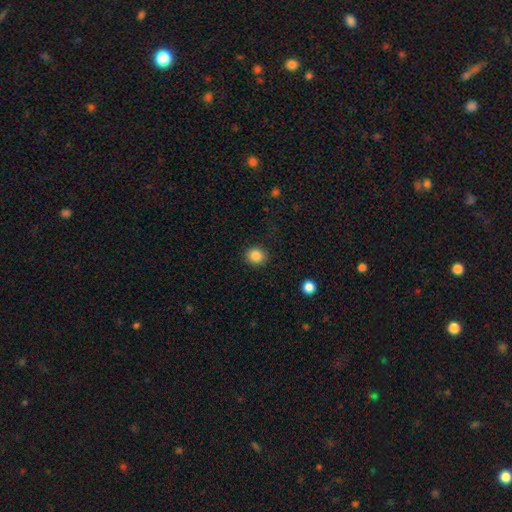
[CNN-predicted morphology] Overall: smooth (86%). How rounded: round (80%). Merging: none (90%).